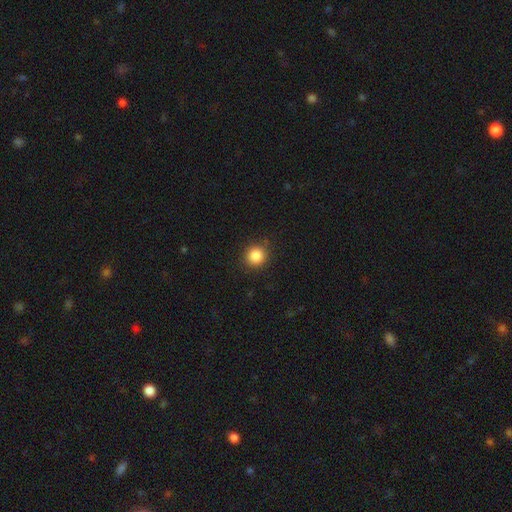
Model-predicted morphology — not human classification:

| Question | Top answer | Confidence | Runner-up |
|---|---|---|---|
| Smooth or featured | smooth | 86% | star or artifact (10%) |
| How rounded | round | 91% | in between (8%) |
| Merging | none | 87% | minor disturbance (9%) |